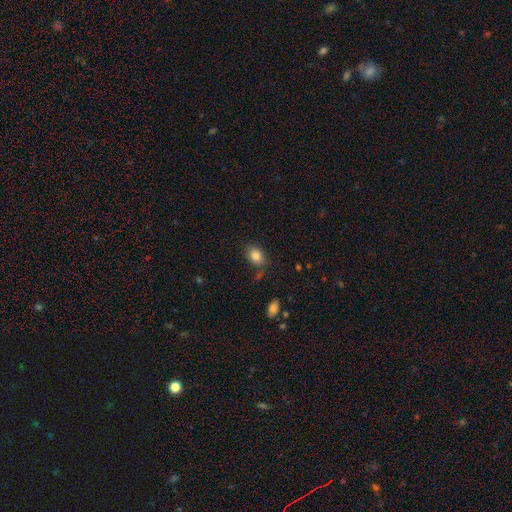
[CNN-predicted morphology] smooth 84%, star or artifact 9%, featured or disk 7%. Down the decision tree: how rounded — in between (67%); merging — none (75%).